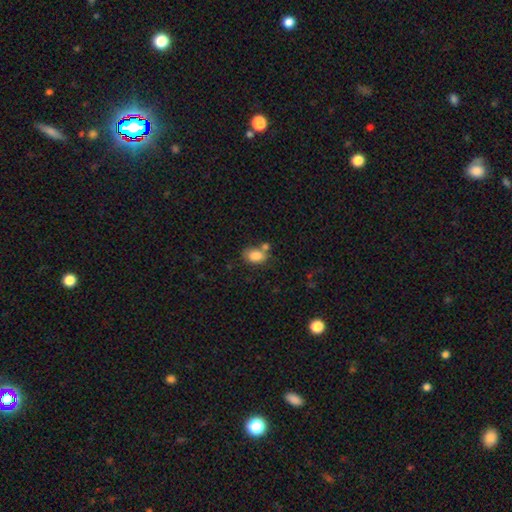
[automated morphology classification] Overall: smooth (84%). How rounded: in between (81%). Merging: none (54%; merger 24%).